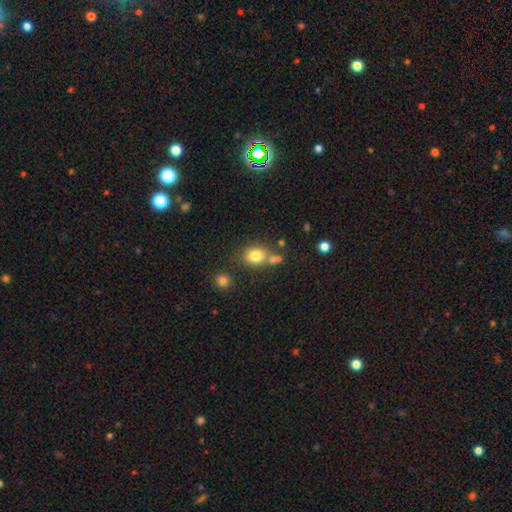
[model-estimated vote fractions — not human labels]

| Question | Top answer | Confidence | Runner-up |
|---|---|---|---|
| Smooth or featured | smooth | 79% | star or artifact (12%) |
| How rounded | round | 58% | in between (40%) |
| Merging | none | 62% | merger (20%) |